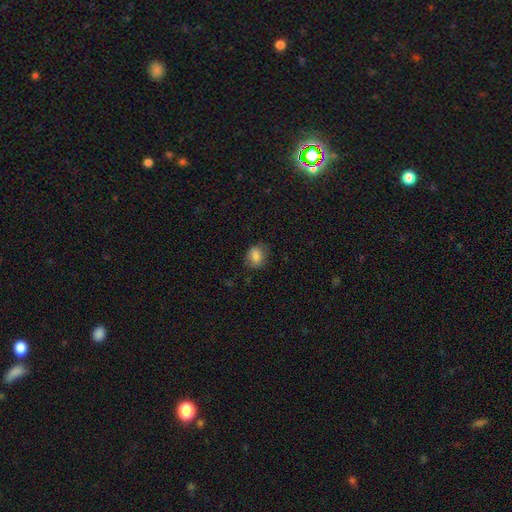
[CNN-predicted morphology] Overall: smooth (82%). How rounded: round (50%; in between 49%). Merging: none (73%).